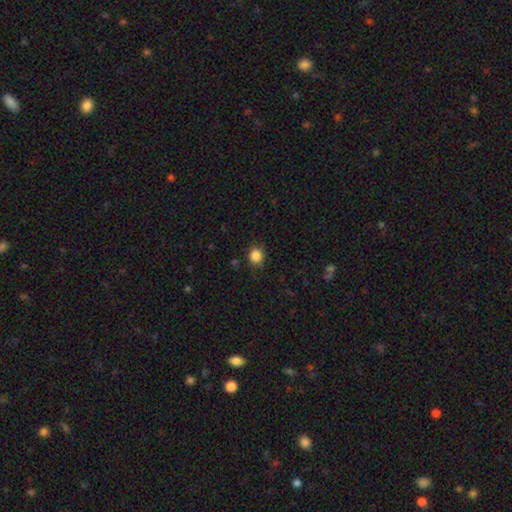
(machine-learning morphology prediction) Smooth or featured? smooth (86%)
How rounded? round (79%)
Merging? none (82%)